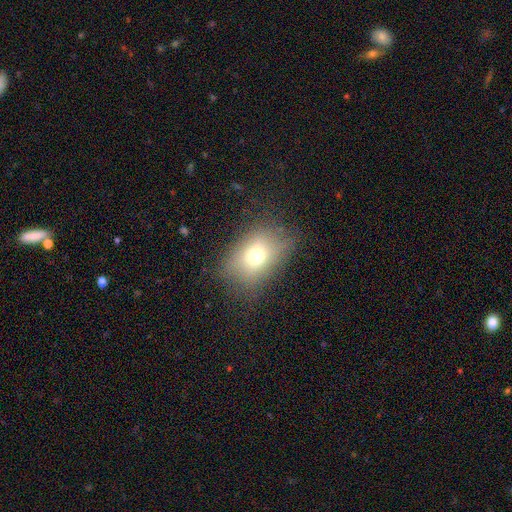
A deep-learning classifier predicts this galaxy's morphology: Q: Smooth or featured?
A: smooth (69%); runner-up: featured or disk (18%)
Q: How rounded?
A: in between (75%); runner-up: round (23%)
Q: Merging?
A: none (73%); runner-up: minor disturbance (18%)